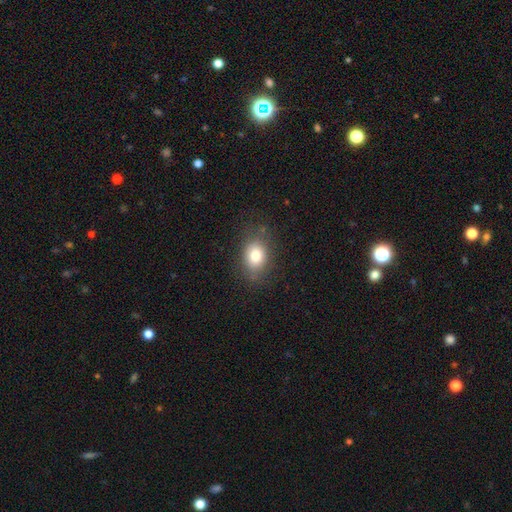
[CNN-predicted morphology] smooth_or_featured: smooth (p=0.79) [alt: featured or disk p=0.11]
how_rounded: in between (p=0.67) [alt: round p=0.32]
merging: none (p=0.77) [alt: minor disturbance p=0.16]